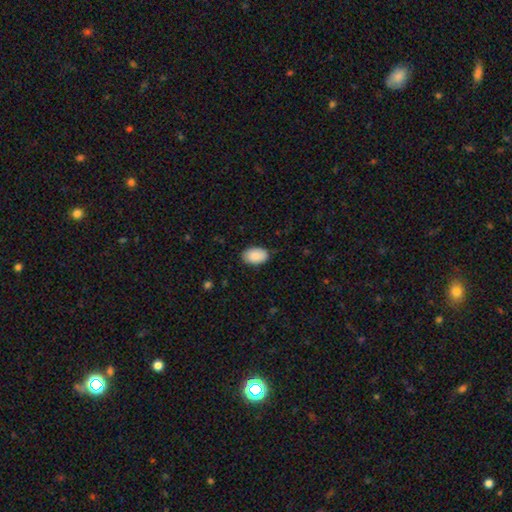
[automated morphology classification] Smooth or featured? Predicted: smooth (p=0.89). How rounded? Predicted: in between (p=0.92). Merging? Predicted: none (p=0.86).